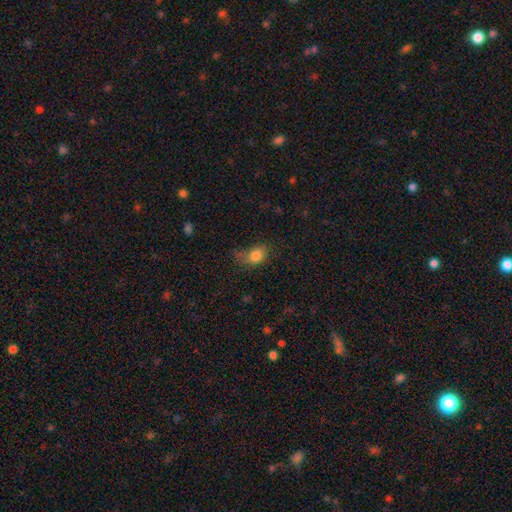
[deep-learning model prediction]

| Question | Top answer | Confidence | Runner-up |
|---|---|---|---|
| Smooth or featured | smooth | 80% | star or artifact (11%) |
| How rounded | in between | 72% | round (26%) |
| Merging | none | 42% | minor disturbance (32%) |